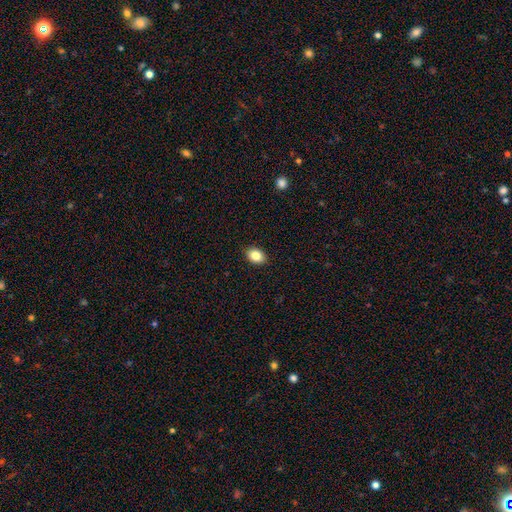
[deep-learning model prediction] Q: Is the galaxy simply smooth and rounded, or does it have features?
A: smooth — 85%.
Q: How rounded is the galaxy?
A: in between — 74%.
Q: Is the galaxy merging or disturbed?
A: none — 90%.